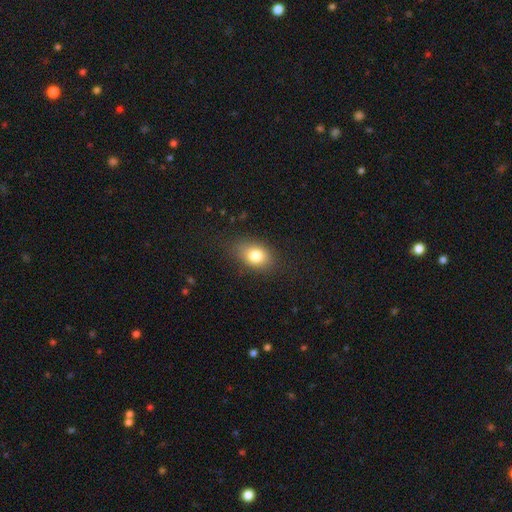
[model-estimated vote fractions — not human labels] A smooth galaxy with no disk features (80%) that is in between round and cigar-shaped (76%). Merging: none (78%).